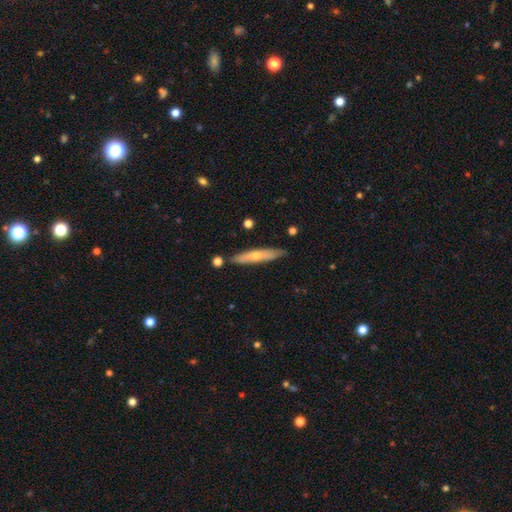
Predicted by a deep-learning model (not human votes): A featured or disk galaxy (48%). Merging: none (85%).